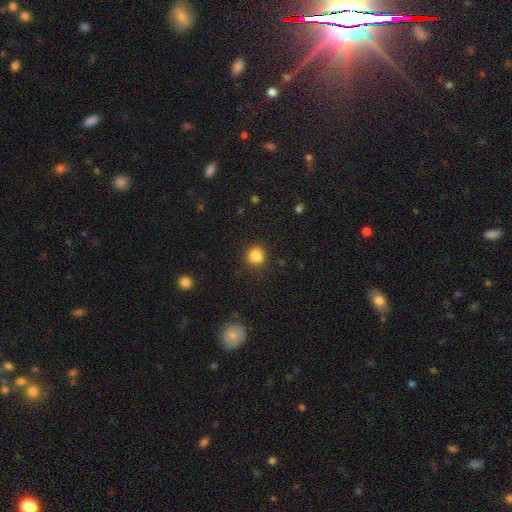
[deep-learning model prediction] smooth 85%, star or artifact 10%, featured or disk 4%. Down the decision tree: how rounded — round (68%); merging — none (82%).